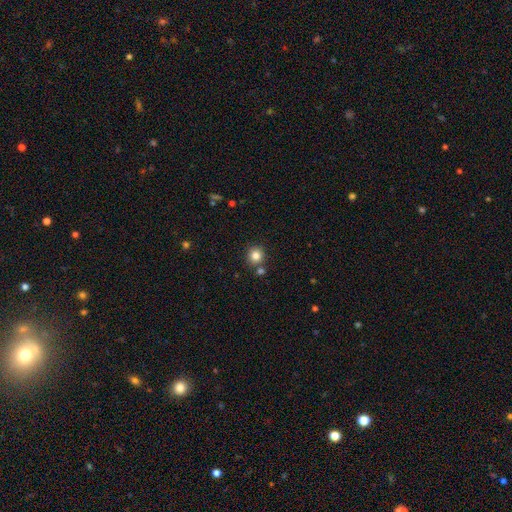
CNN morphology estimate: This is clearly a smooth galaxy (83%). How rounded: clearly round (91%). Merging: likely none (77%).